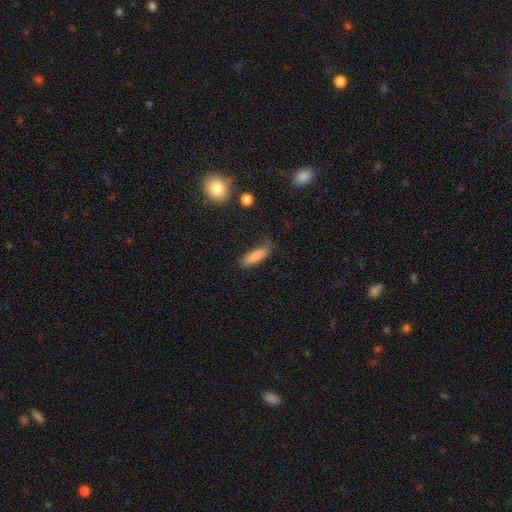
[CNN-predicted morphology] A smooth galaxy with no disk features (85%) that is in between round and cigar-shaped (55%).

Vote fractions:
- Smooth or featured? smooth: 85% / star or artifact: 8% / featured or disk: 7%
- How rounded? in between: 55% / cigar-shaped: 43% / round: 2%
- Merging? none: 70% / minor disturbance: 22% / major disturbance: 6% / merger: 2%